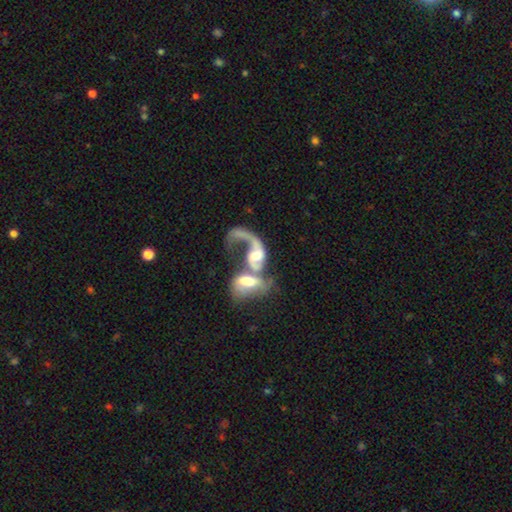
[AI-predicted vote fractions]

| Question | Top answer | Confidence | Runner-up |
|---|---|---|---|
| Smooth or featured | featured or disk | 74% | smooth (19%) |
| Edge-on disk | no | 95% | yes (5%) |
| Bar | no | 47% | weak (37%) |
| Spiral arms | yes | 85% | no (15%) |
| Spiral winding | loose | 77% | medium (17%) |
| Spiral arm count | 1 | 54% | 2 (37%) |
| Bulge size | moderate | 44% | large (23%) |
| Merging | merger | 74% | major disturbance (14%) |